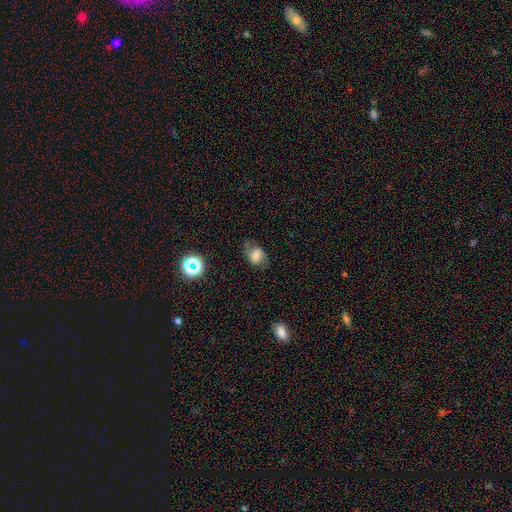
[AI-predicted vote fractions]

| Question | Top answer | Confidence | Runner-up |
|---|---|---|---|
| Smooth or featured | smooth | 56% | featured or disk (31%) |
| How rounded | in between | 58% | round (41%) |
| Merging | none | 63% | minor disturbance (24%) |